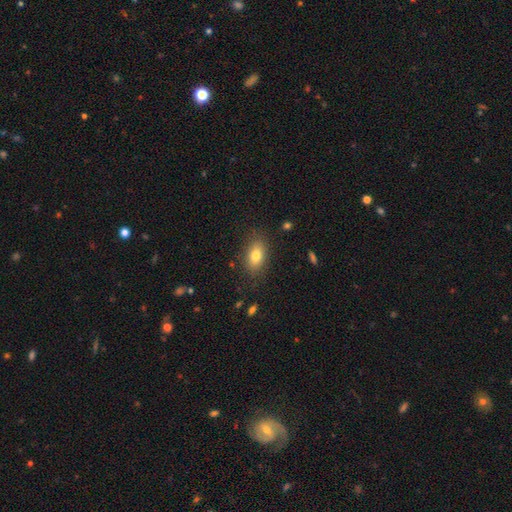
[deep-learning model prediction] Smooth or featured? Predicted: smooth (p=0.79). How rounded? Predicted: in between (p=0.86). Merging? Predicted: none (p=0.84).